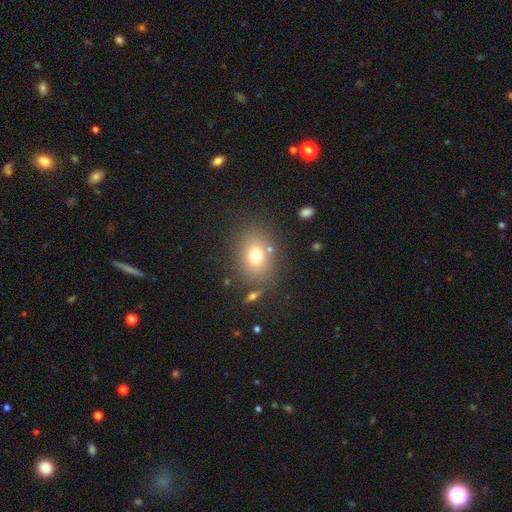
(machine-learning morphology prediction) A smooth galaxy with no disk features (74%) that is in between round and cigar-shaped (56%).

Vote fractions:
- Smooth or featured? smooth: 74% / featured or disk: 13% / star or artifact: 13%
- How rounded? in between: 56% / round: 43% / cigar-shaped: 1%
- Merging? none: 78% / minor disturbance: 11% / merger: 6% / major disturbance: 5%